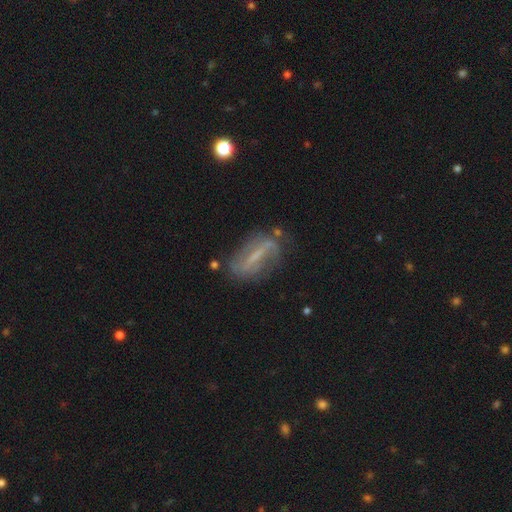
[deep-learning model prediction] A featured or disk galaxy (67%) with a strong bar (56%), spiral arms (65%) and a small central bulge (45%).

Vote fractions:
- Smooth or featured? featured or disk: 67% / smooth: 24% / star or artifact: 10%
- Edge-on disk? no: 80% / yes: 20%
- Bar? strong: 56% / weak: 30% / no: 14%
- Spiral arms? yes: 65% / no: 35%
- Bulge size? small: 45% / none: 36% / moderate: 16% / large: 2% / dominant: 1%
- Merging? none: 63% / minor disturbance: 23% / major disturbance: 10% / merger: 4%